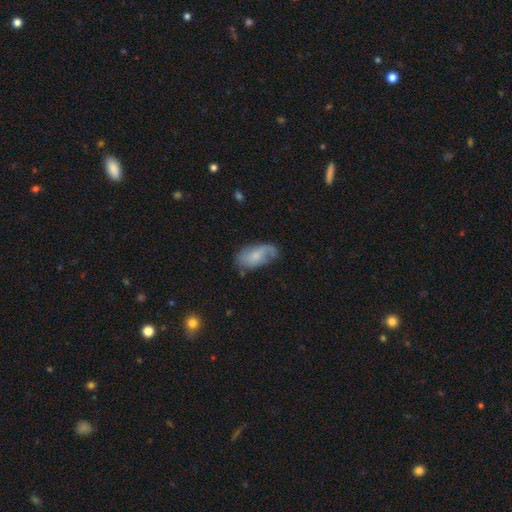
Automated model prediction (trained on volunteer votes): Smooth or featured?
  - featured or disk: 48% *
  - smooth: 44%
  - star or artifact: 7%
Merging?
  - none: 53% *
  - minor disturbance: 29%
  - major disturbance: 15%
  - merger: 3%